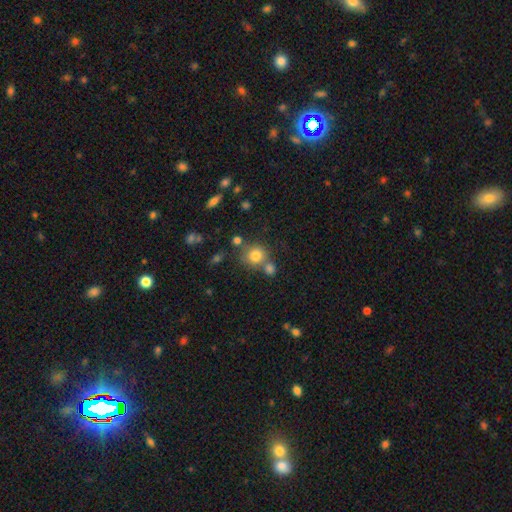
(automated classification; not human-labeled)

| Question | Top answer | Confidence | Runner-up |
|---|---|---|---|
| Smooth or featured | smooth | 79% | star or artifact (12%) |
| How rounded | round | 85% | in between (14%) |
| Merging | none | 60% | merger (25%) |